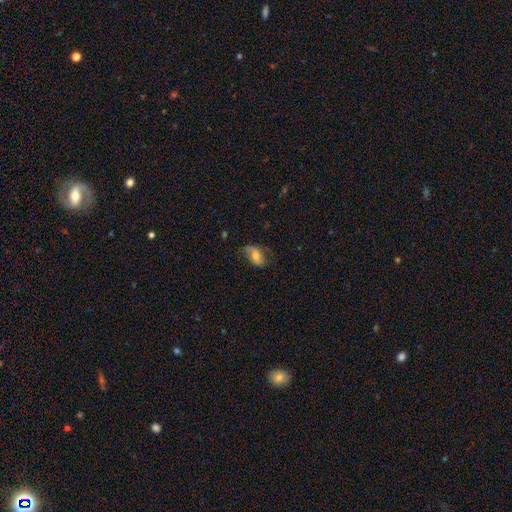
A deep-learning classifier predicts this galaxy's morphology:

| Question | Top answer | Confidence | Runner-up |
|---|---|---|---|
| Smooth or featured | smooth | 57% | featured or disk (35%) |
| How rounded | in between | 88% | round (10%) |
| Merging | none | 56% | minor disturbance (29%) |